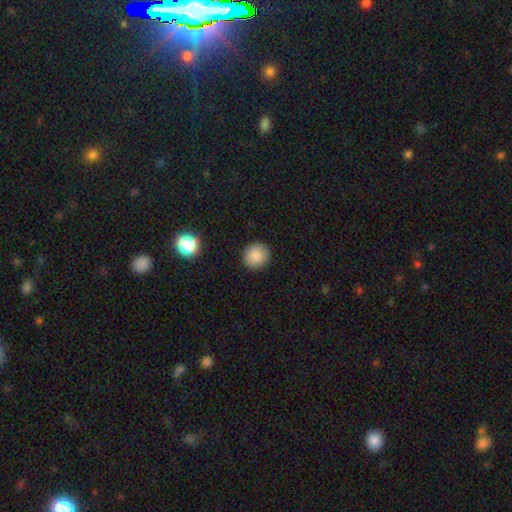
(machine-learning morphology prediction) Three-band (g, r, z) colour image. It shows a smooth galaxy with no disk features (87%) that is round (91%). Merging: none (91%).